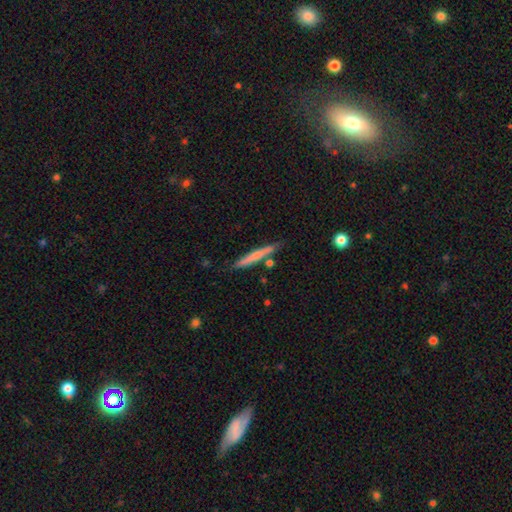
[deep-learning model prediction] Smooth or featured: smooth — 59% (featured or disk — 35%)
How rounded: cigar-shaped — 95% (in between — 3%)
Merging: none — 81% (minor disturbance — 12%)